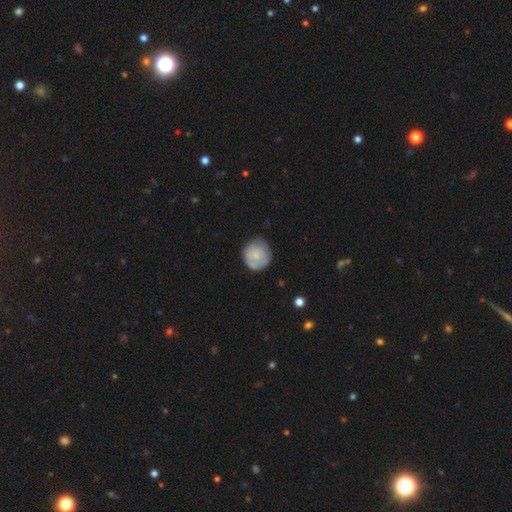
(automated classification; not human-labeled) smooth 66%, featured or disk 28%, star or artifact 6%. Down the decision tree: how rounded — round (89%); merging — none (69%).